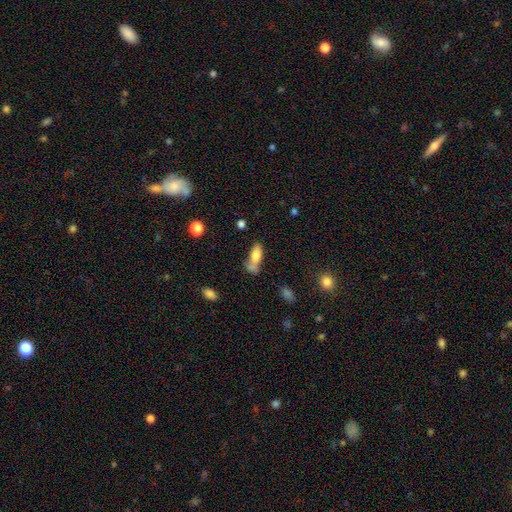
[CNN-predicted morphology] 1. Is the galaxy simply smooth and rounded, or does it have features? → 76% smooth, 16% featured or disk, 9% star or artifact.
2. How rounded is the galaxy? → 74% in between, 23% cigar-shaped, 3% round.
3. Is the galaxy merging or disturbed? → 38% none, 34% merger, 18% minor disturbance, 10% major disturbance.